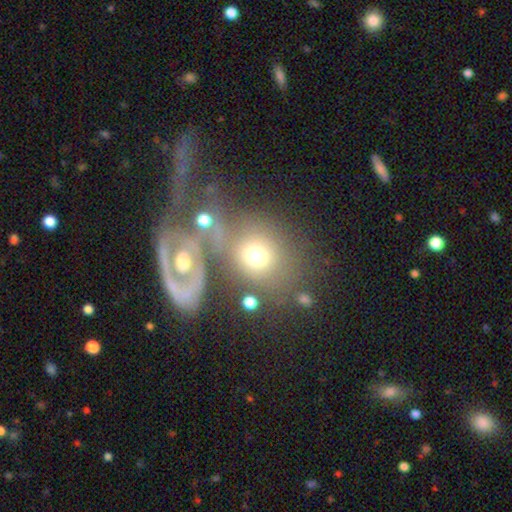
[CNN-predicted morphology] smooth_or_featured: smooth (p=0.64) [alt: featured or disk p=0.24]
how_rounded: round (p=0.71) [alt: in between p=0.27]
merging: merger (p=0.42) [alt: none p=0.35]